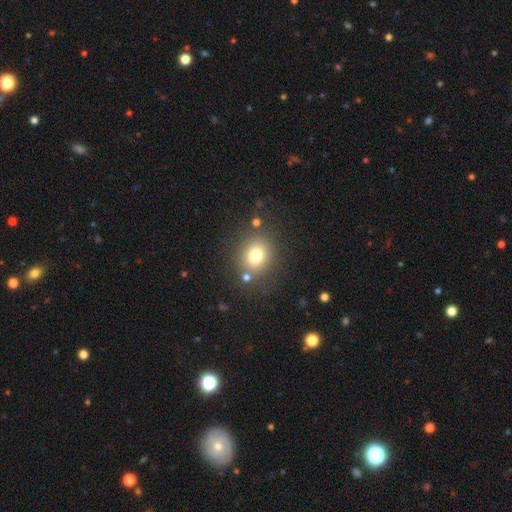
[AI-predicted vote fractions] A smooth galaxy with no disk features (76%) that is round (74%).

Vote fractions:
- Smooth or featured? smooth: 76% / star or artifact: 14% / featured or disk: 10%
- How rounded? round: 74% / in between: 25% / cigar-shaped: 1%
- Merging? none: 79% / minor disturbance: 10% / merger: 6% / major disturbance: 4%